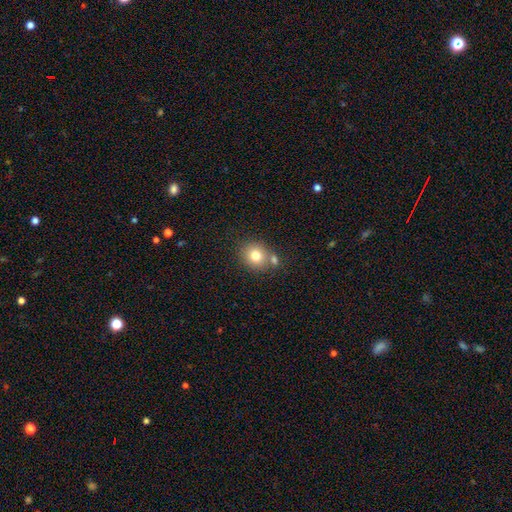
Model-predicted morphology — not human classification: smooth 78%, star or artifact 11%, featured or disk 11%. Down the decision tree: how rounded — round (77%); merging — none (65%).